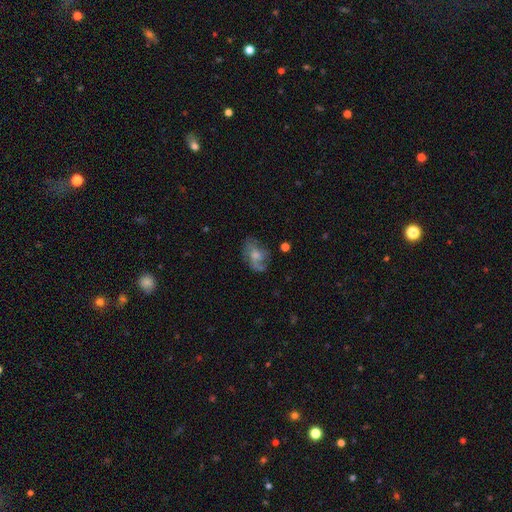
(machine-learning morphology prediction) Overall: featured or disk (54%; smooth 37%). Edge-on disk: no (96%). Bar: no (77%). Spiral arms: yes (63%; no 37%). Bulge size: small (46%; moderate 41%). Merging: none (51%; minor disturbance 25%).